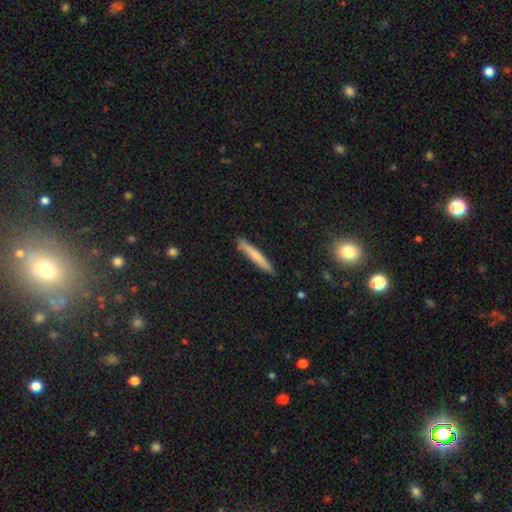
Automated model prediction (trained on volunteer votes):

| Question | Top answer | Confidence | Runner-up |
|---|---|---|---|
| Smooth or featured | smooth | 69% | featured or disk (25%) |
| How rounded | cigar-shaped | 95% | in between (4%) |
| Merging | none | 88% | minor disturbance (9%) |